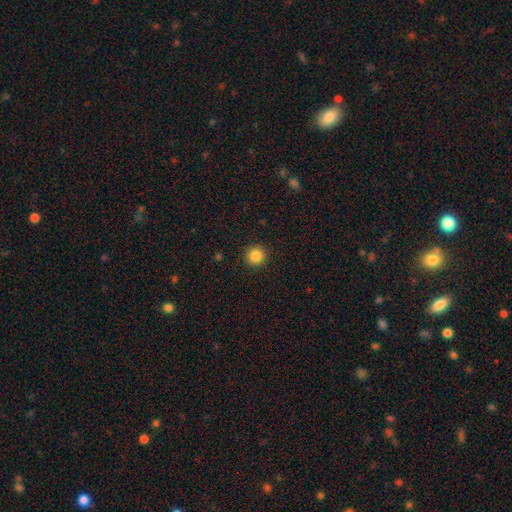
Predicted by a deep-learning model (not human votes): A smooth galaxy with no disk features (86%) that is round (95%). Merging: none (93%).